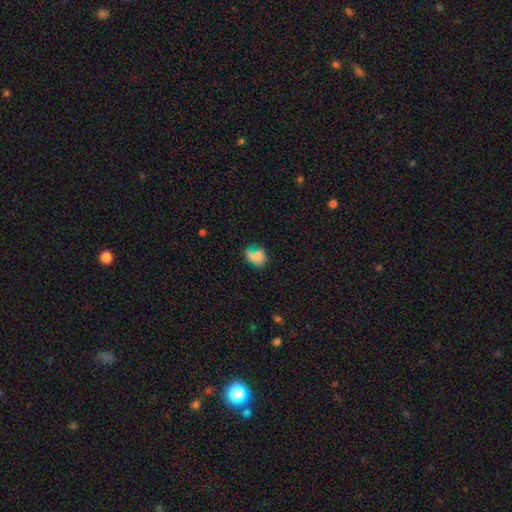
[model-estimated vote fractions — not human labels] Morphology: type=smooth (73%); roundness=in between (55%); merging=none (53%).